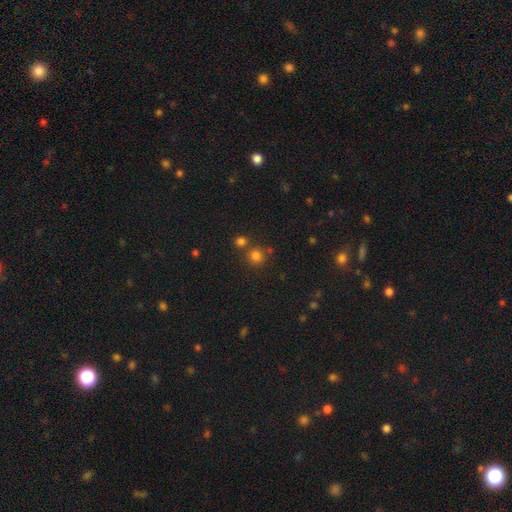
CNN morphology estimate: smooth-or-featured: smooth: 77% | star or artifact: 17% | featured or disk: 6%
  how-rounded: round: 91% | in between: 8% | cigar-shaped: 1%
  merging: none: 71% | merger: 18% | minor disturbance: 8% | major disturbance: 3%